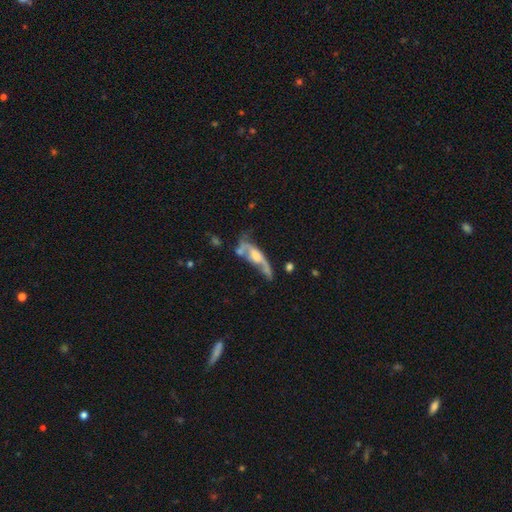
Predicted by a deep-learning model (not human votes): This appears to be a featured or disk galaxy (67%). Merging: none (33%).